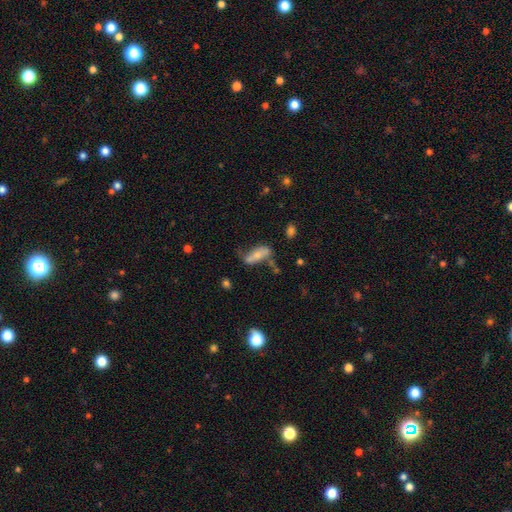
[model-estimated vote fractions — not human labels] A smooth galaxy with no disk features (54%) that is in between round and cigar-shaped (66%). Merging: none (37%).